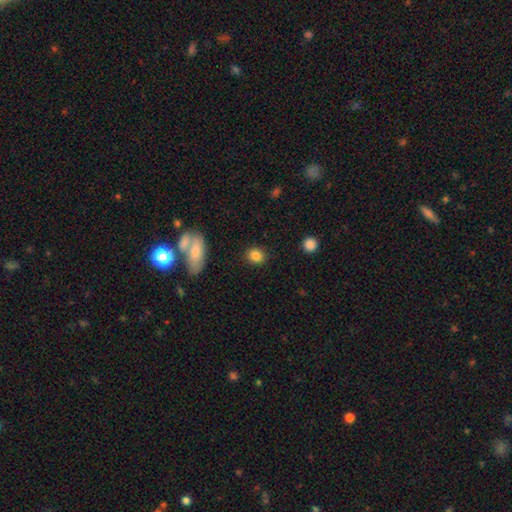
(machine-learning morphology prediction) Smooth or featured? smooth (85%)
How rounded? round (65%)
Merging? none (86%)